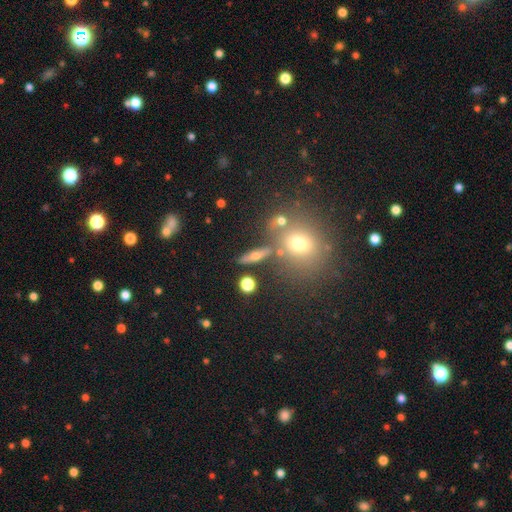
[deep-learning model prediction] This is possibly a smooth galaxy (49%). Merging: likely none (75%).